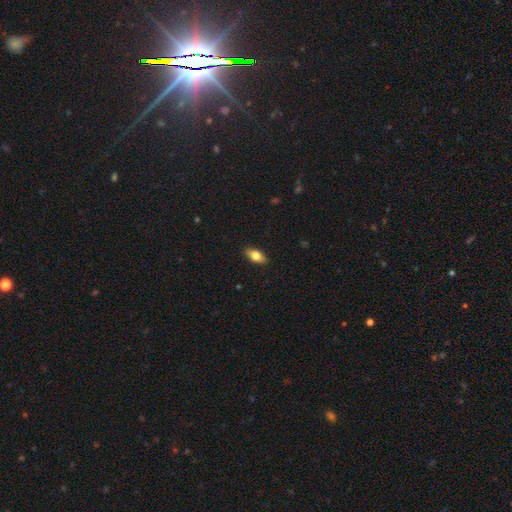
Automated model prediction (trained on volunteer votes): Smooth or featured: smooth — 77% (featured or disk — 16%)
How rounded: in between — 87% (cigar-shaped — 9%)
Merging: none — 88% (minor disturbance — 9%)